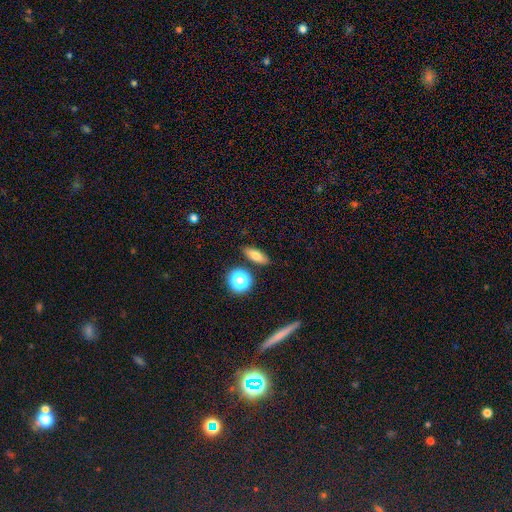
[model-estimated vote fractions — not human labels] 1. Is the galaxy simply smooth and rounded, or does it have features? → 72% smooth, 16% featured or disk, 13% star or artifact.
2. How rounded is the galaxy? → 62% in between, 26% cigar-shaped, 12% round.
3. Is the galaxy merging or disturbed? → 85% none, 8% minor disturbance, 4% merger, 2% major disturbance.